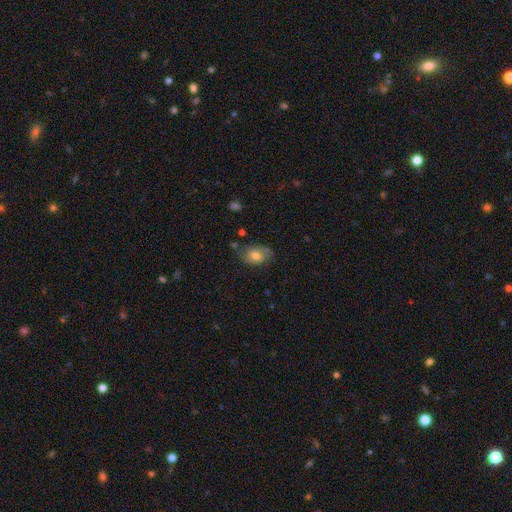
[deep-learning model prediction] Overall: smooth (61%; featured or disk 30%). How rounded: in between (81%). Merging: none (67%).